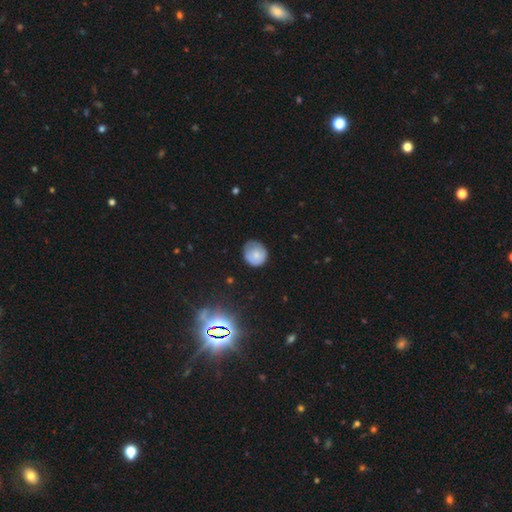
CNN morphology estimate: The model was most divided on "merging": none: 64%, minor disturbance: 29%, major disturbance: 6%, merger: 1%. More confident: how rounded — round (84%); smooth or featured — smooth (72%).